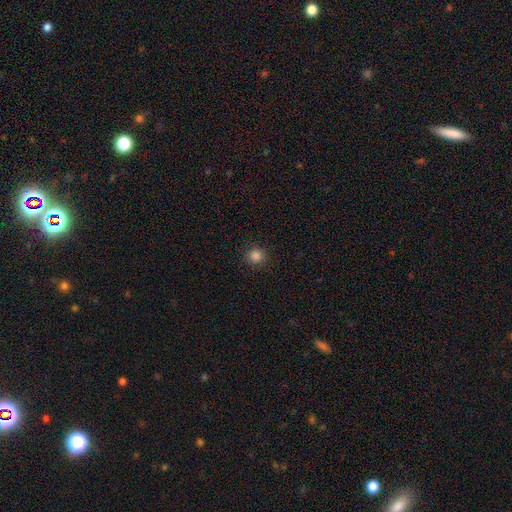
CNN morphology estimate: Smooth or featured? Predicted: smooth (p=0.84). How rounded? Predicted: round (p=0.94). Merging? Predicted: none (p=0.91).